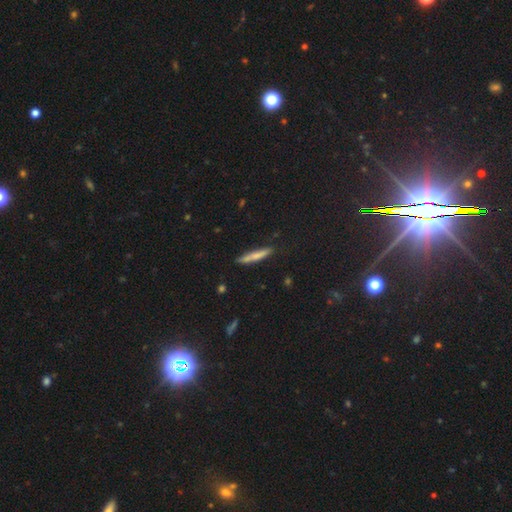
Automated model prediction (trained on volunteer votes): The model was most divided on "smooth or featured": smooth: 71%, featured or disk: 22%, star or artifact: 7%. More confident: how rounded — cigar-shaped (92%); merging — none (84%).